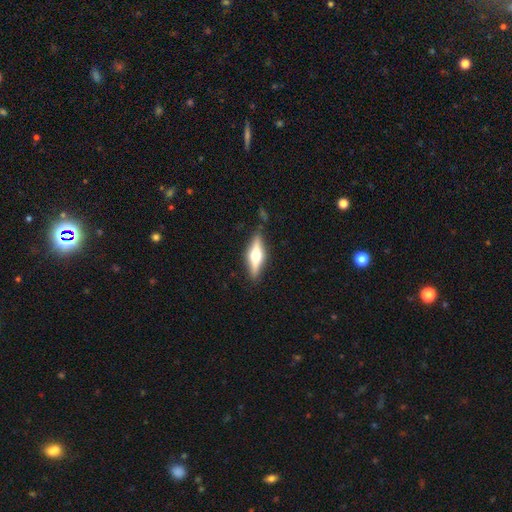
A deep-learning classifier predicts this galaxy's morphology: featured or disk 62%, smooth 32%, star or artifact 6%. Down the decision tree: edge-on disk — yes (95%); edge-on bulge — rounded (94%); merging — none (86%).